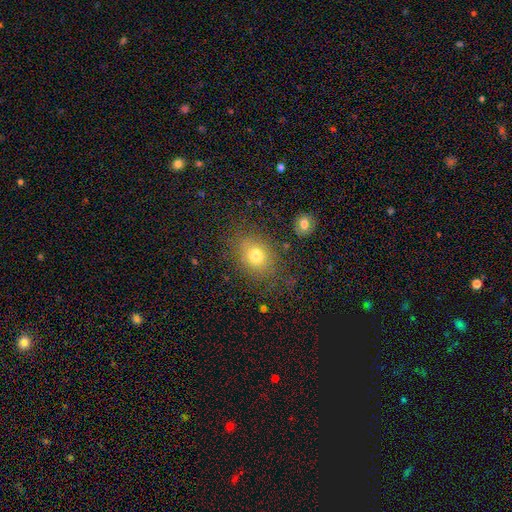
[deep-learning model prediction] Smooth or featured? smooth (74%)
How rounded? in between (50%)
Merging? none (76%)